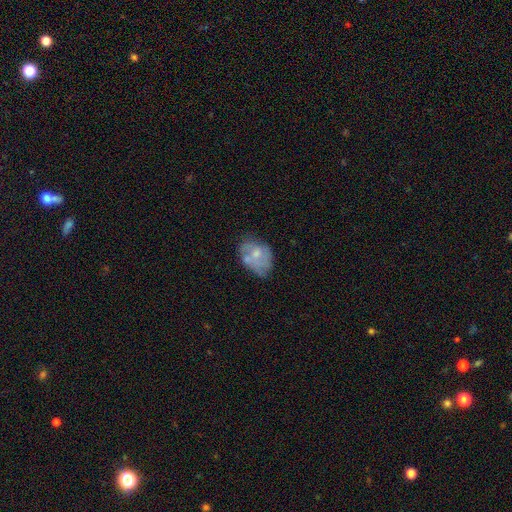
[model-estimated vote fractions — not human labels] This appears to be a featured or disk galaxy (47%). Merging: none (38%).